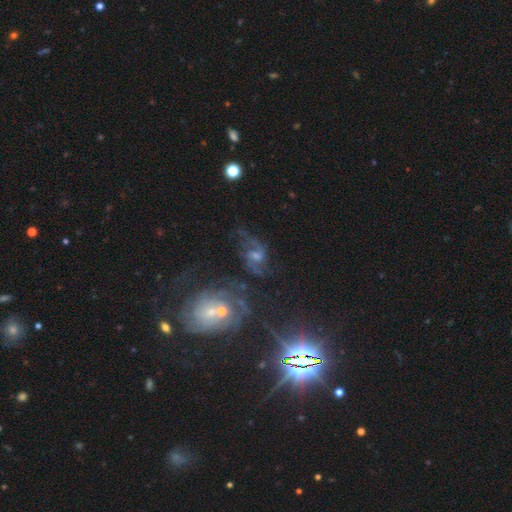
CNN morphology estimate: Smooth or featured? featured or disk (75%)
Edge-on disk? no (96%)
Bar? weak (46%)
Spiral arms? yes (93%)
Spiral winding? loose (49%)
Spiral arm count? 2 (82%)
Bulge size? moderate (42%)
Merging? none (57%)